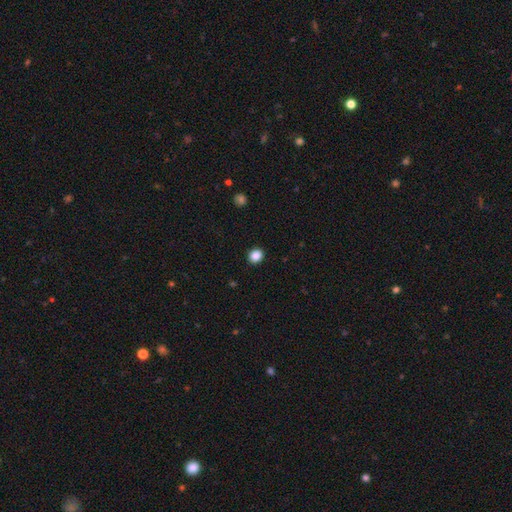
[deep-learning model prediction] Q: Smooth or featured?
A: smooth (87%); runner-up: star or artifact (10%)
Q: How rounded?
A: round (74%); runner-up: in between (25%)
Q: Merging?
A: none (92%); runner-up: minor disturbance (6%)